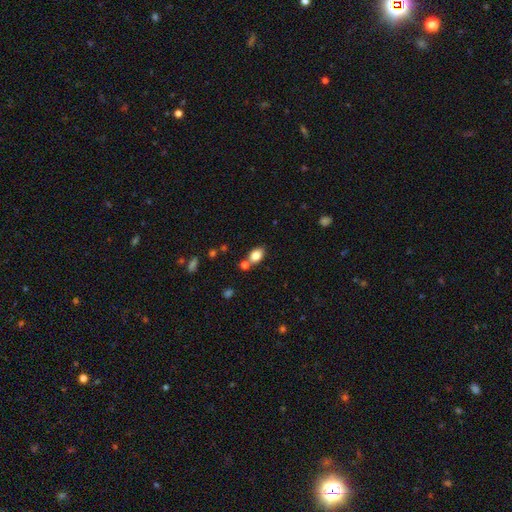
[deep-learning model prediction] This appears to be a smooth galaxy with no disk features (82%) that is in between round and cigar-shaped (80%). Merging: none (65%).